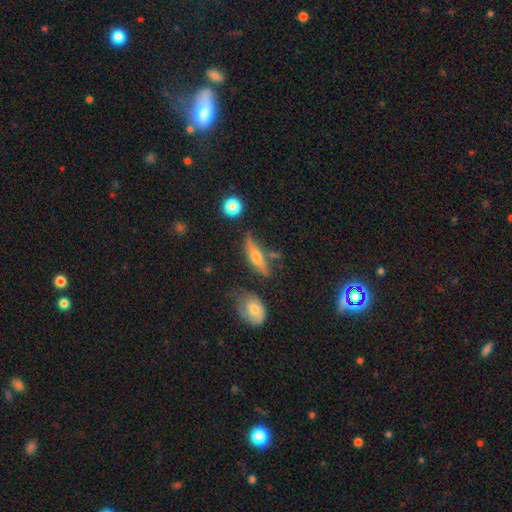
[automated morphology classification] smooth-or-featured: featured or disk: 47% | smooth: 42% | star or artifact: 12%
  merging: none: 62% | minor disturbance: 22% | major disturbance: 8% | merger: 8%